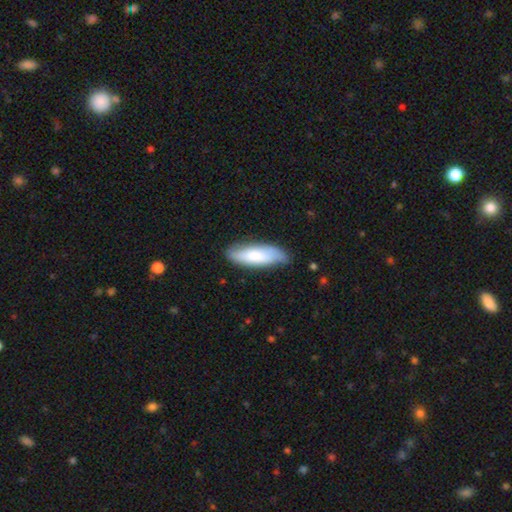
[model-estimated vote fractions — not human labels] Smooth or featured?
  - smooth: 71% *
  - featured or disk: 23%
  - star or artifact: 5%
How rounded?
  - in between: 54% *
  - cigar-shaped: 44%
  - round: 2%
Merging?
  - none: 70% *
  - minor disturbance: 24%
  - major disturbance: 4%
  - merger: 2%